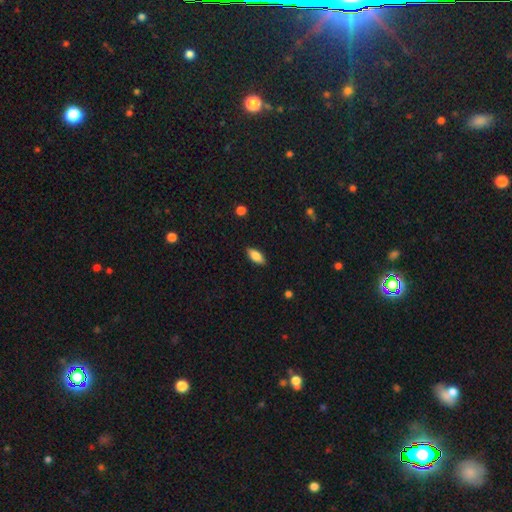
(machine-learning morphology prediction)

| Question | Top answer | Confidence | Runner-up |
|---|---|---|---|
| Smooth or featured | smooth | 79% | featured or disk (14%) |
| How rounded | in between | 83% | cigar-shaped (15%) |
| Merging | none | 87% | minor disturbance (10%) |